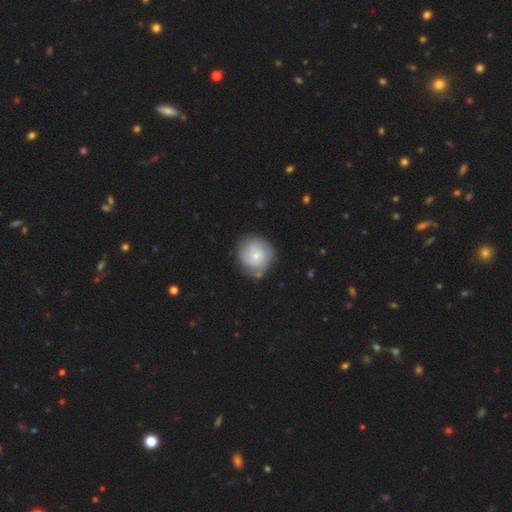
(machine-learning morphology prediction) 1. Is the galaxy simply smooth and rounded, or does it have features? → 48% featured or disk, 45% smooth, 7% star or artifact.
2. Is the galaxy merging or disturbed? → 71% none, 19% minor disturbance, 6% major disturbance, 4% merger.